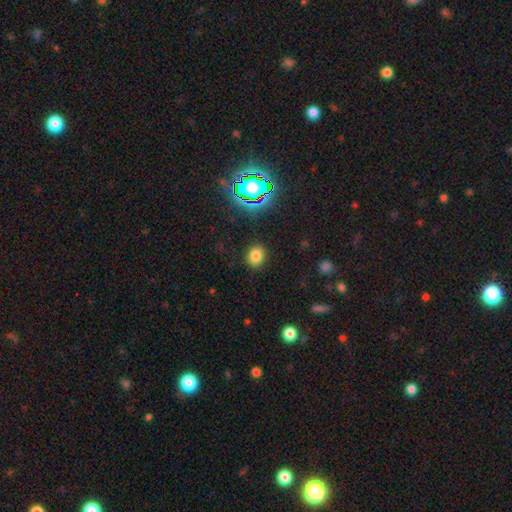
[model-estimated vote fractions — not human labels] This appears to be a smooth galaxy with no disk features (76%) that is round (61%). Merging: none (87%).